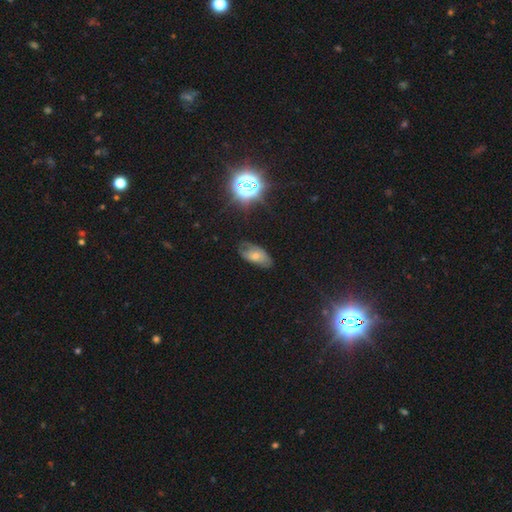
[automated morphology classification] This is possibly a smooth galaxy (47%). Merging: likely none (62%).